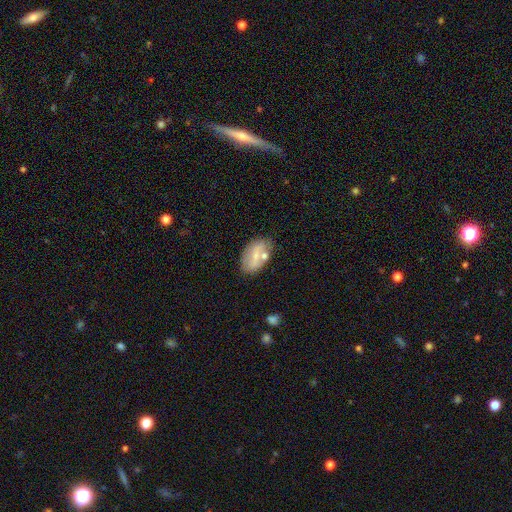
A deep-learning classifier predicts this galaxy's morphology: A smooth galaxy with no disk features (54%) that is in between round and cigar-shaped (89%).

Vote fractions:
- Smooth or featured? smooth: 54% / featured or disk: 38% / star or artifact: 8%
- How rounded? in between: 89% / round: 7% / cigar-shaped: 4%
- Merging? none: 68% / minor disturbance: 16% / merger: 11% / major disturbance: 4%